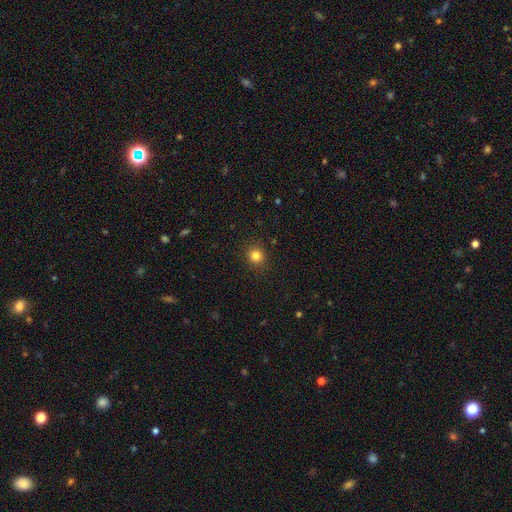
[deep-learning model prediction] smooth-or-featured: smooth: 82% | star or artifact: 13% | featured or disk: 5%
  how-rounded: round: 87% | in between: 12% | cigar-shaped: 1%
  merging: none: 90% | minor disturbance: 7% | major disturbance: 2% | merger: 1%